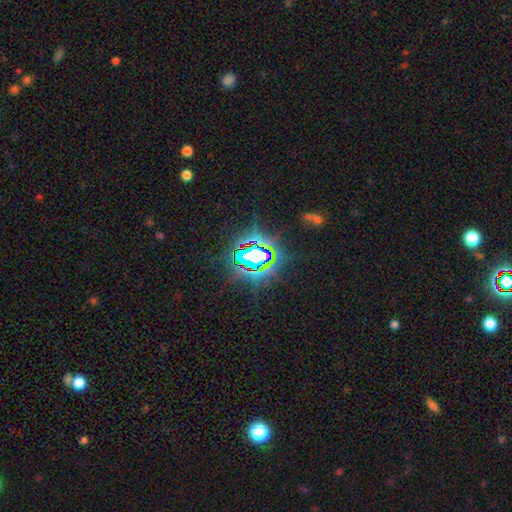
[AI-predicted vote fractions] star or artifact 76%, smooth 13%, featured or disk 11%.